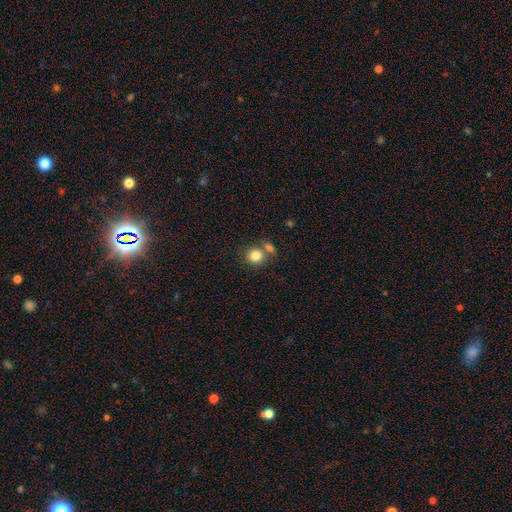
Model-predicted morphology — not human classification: Smooth or featured: smooth — 83% (star or artifact — 10%)
How rounded: round — 83% (in between — 16%)
Merging: none — 58% (merger — 29%)